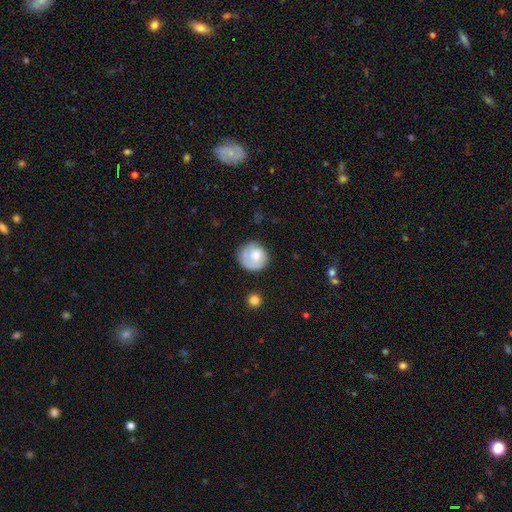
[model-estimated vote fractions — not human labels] The model was most divided on "smooth or featured": smooth: 61%, featured or disk: 32%, star or artifact: 7%. More confident: how rounded — round (86%); merging — none (64%).